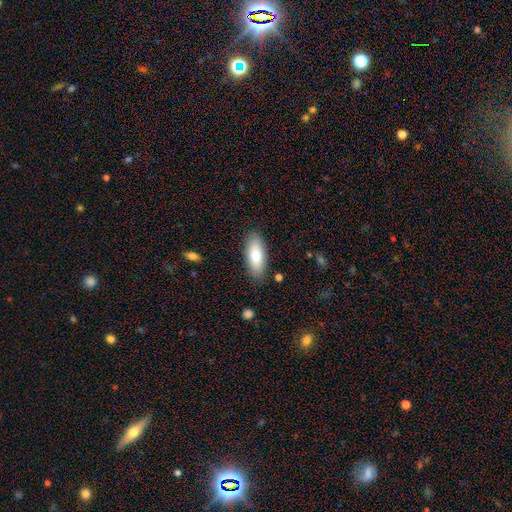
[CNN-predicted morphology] Overall: smooth (76%). How rounded: in between (80%). Merging: none (86%).